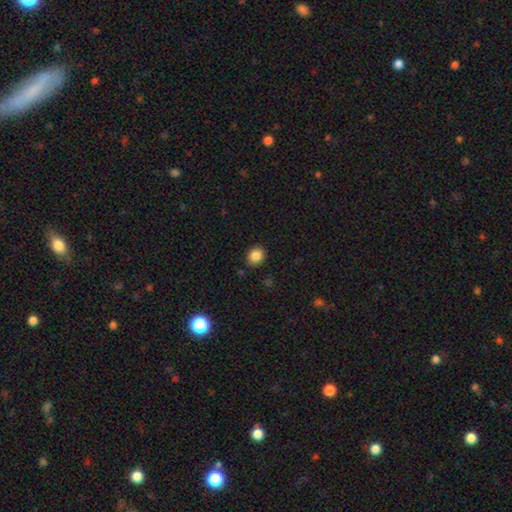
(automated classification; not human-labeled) Q: Smooth or featured?
A: smooth (85%); runner-up: star or artifact (10%)
Q: How rounded?
A: round (63%); runner-up: in between (36%)
Q: Merging?
A: none (87%); runner-up: minor disturbance (9%)